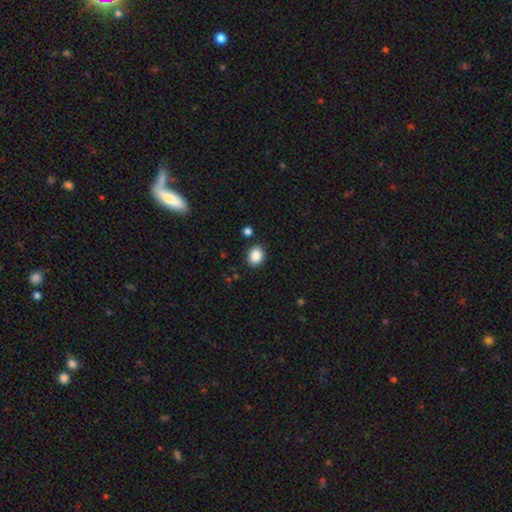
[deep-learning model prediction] smooth_or_featured: smooth (p=0.87) [alt: star or artifact p=0.09]
how_rounded: in between (p=0.61) [alt: round p=0.38]
merging: none (p=0.85) [alt: minor disturbance p=0.09]